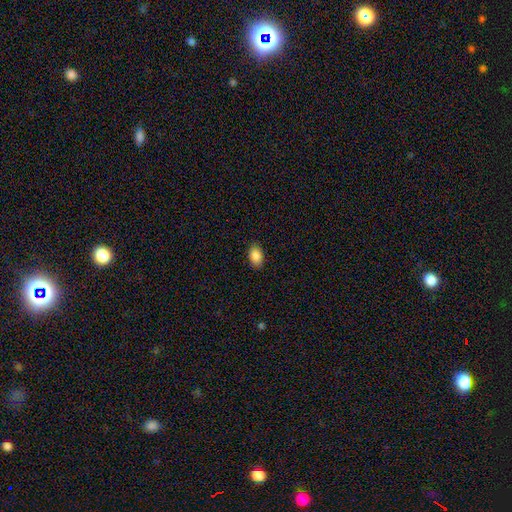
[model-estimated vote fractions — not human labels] This is clearly a smooth galaxy (87%). How rounded: clearly in between (89%). Merging: clearly none (88%).